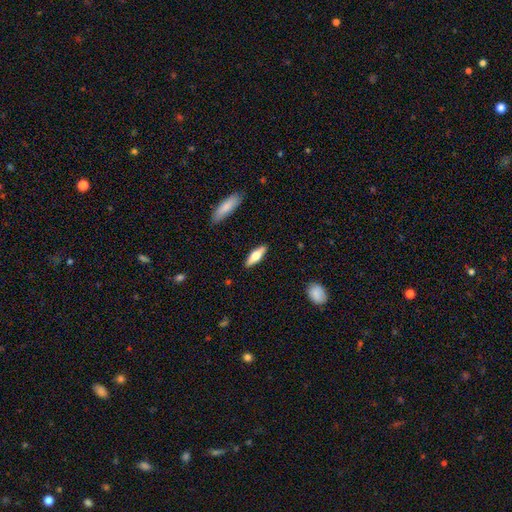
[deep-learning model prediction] Smooth or featured?
  - smooth: 55% *
  - featured or disk: 39%
  - star or artifact: 6%
How rounded?
  - cigar-shaped: 49% *
  - in between: 48%
  - round: 2%
Merging?
  - none: 89% *
  - minor disturbance: 8%
  - major disturbance: 2%
  - merger: 1%